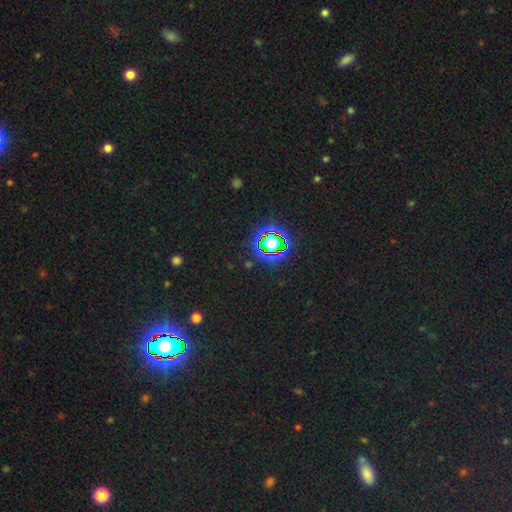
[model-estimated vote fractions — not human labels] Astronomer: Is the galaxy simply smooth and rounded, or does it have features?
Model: star or artifact — 80%.